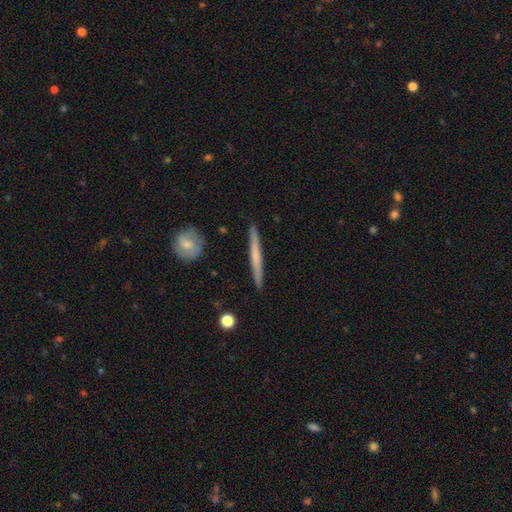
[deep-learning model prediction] Q: Smooth or featured?
A: featured or disk (50%); runner-up: smooth (45%)
Q: Merging?
A: none (92%); runner-up: minor disturbance (6%)